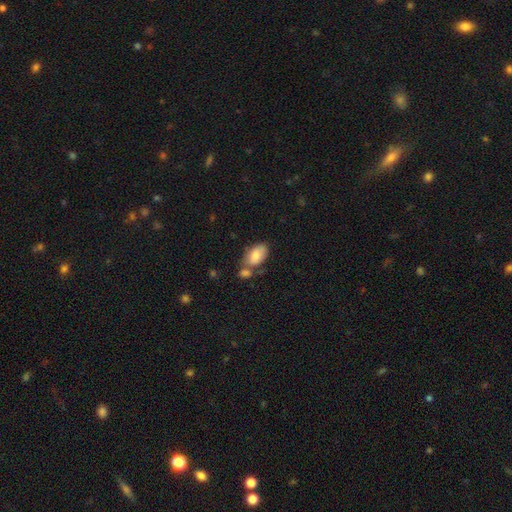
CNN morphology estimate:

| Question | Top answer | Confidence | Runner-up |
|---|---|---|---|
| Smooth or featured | smooth | 83% | featured or disk (11%) |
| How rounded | in between | 94% | round (5%) |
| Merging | none | 42% | merger (35%) |